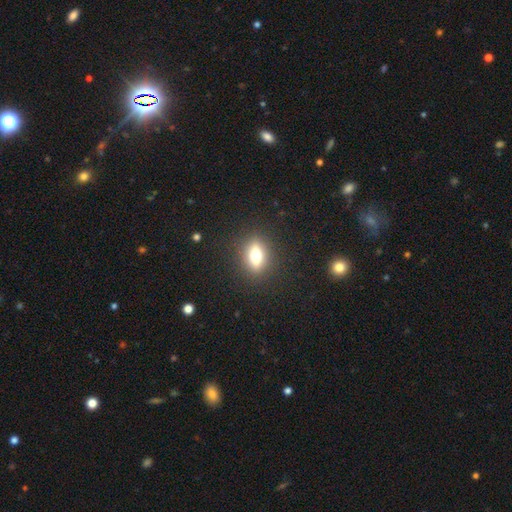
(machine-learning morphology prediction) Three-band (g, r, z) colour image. It shows a smooth galaxy with no disk features (68%) that is in between round and cigar-shaped (70%). Merging: none (87%).